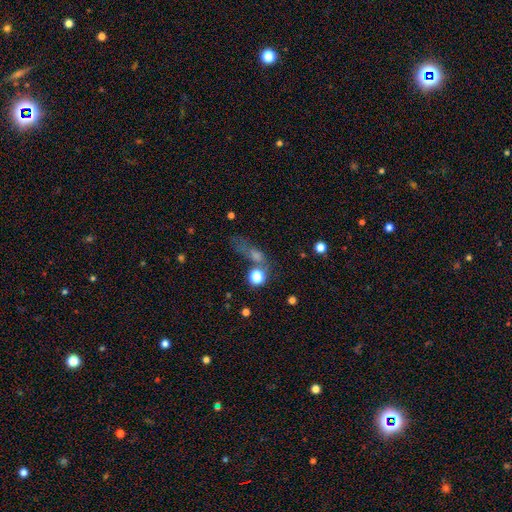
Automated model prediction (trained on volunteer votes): A smooth galaxy with no disk features (49%). Merging: none (46%).